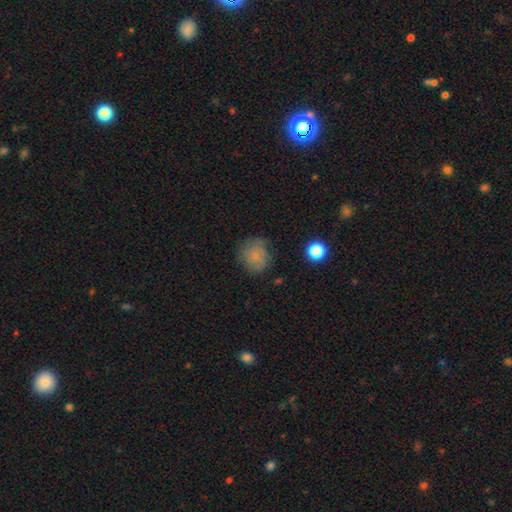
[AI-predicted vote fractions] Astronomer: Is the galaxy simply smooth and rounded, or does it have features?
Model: smooth — 68%.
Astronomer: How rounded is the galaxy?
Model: round — 80%.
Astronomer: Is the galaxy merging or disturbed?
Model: none — 66%.